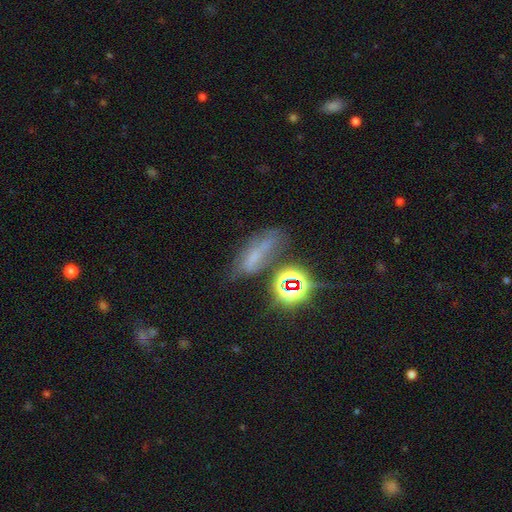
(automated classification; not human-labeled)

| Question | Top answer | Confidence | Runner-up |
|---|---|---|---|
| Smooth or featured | star or artifact | 36% | smooth (35%) |